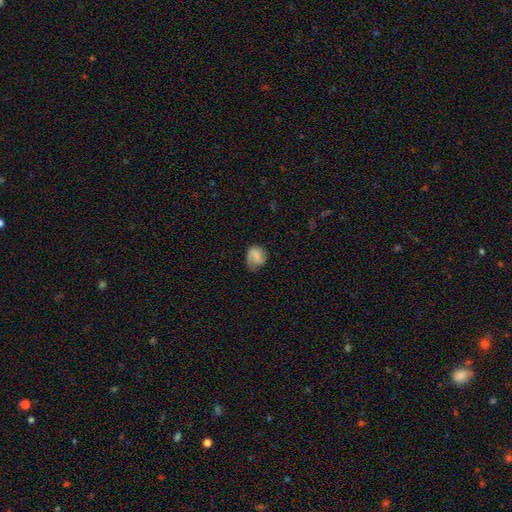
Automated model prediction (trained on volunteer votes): A smooth galaxy with no disk features (57%) that is round (55%).

Vote fractions:
- Smooth or featured? smooth: 57% / featured or disk: 34% / star or artifact: 9%
- How rounded? round: 55% / in between: 44% / cigar-shaped: 1%
- Merging? none: 55% / minor disturbance: 29% / major disturbance: 15% / merger: 2%